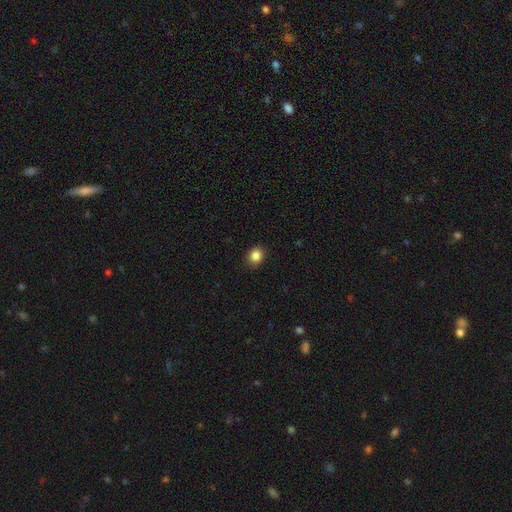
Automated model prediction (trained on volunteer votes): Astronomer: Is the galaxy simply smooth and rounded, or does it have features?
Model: smooth — 85%.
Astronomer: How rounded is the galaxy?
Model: round — 65%.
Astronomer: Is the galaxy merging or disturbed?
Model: none — 89%.